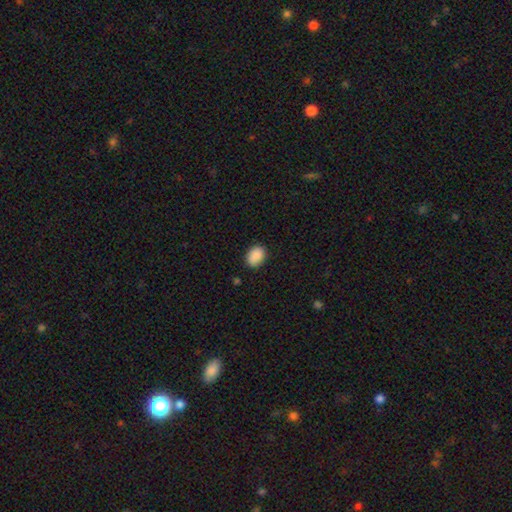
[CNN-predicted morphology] A smooth galaxy with no disk features (89%) that is in between round and cigar-shaped (72%).

Vote fractions:
- Smooth or featured? smooth: 89% / star or artifact: 8% / featured or disk: 3%
- How rounded? in between: 72% / round: 27% / cigar-shaped: 1%
- Merging? none: 86% / minor disturbance: 11% / major disturbance: 2% / merger: 1%